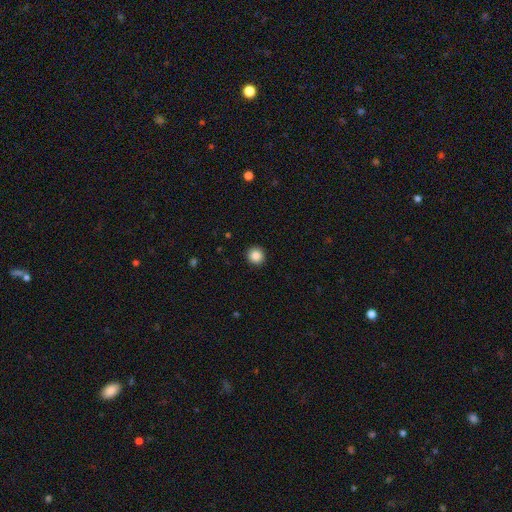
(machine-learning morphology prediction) Q: Smooth or featured?
A: smooth (87%); runner-up: star or artifact (10%)
Q: How rounded?
A: round (94%); runner-up: in between (5%)
Q: Merging?
A: none (92%); runner-up: minor disturbance (5%)